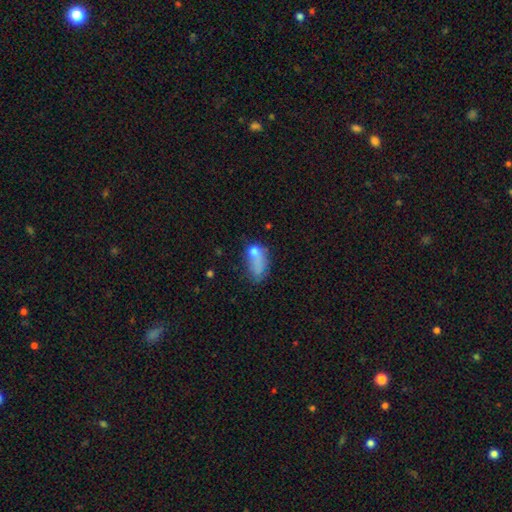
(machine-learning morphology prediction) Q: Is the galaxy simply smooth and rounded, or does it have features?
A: smooth — 67%.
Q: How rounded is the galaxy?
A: in between — 84%.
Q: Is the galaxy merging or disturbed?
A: major disturbance — 36%.